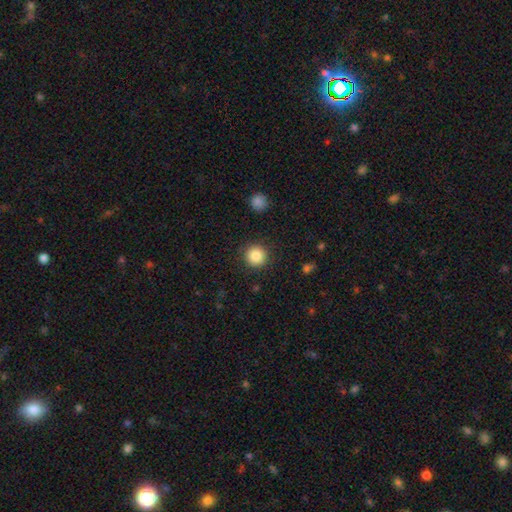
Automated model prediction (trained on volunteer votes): A smooth galaxy with no disk features (86%) that is round (95%).

Vote fractions:
- Smooth or featured? smooth: 86% / star or artifact: 9% / featured or disk: 4%
- How rounded? round: 95% / in between: 4% / cigar-shaped: 1%
- Merging? none: 90% / minor disturbance: 6% / major disturbance: 3% / merger: 1%